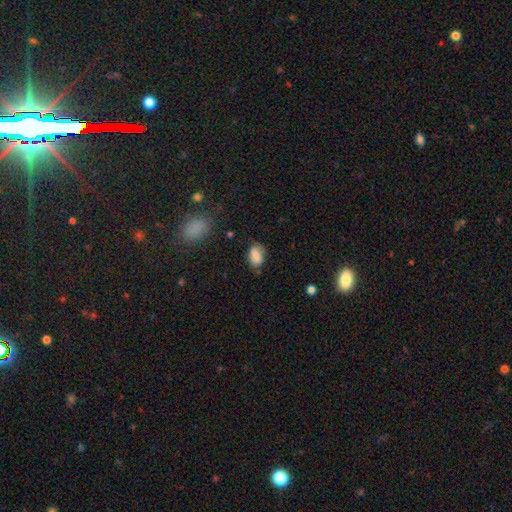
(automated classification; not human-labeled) Smooth or featured? smooth (83%)
How rounded? in between (88%)
Merging? none (66%)